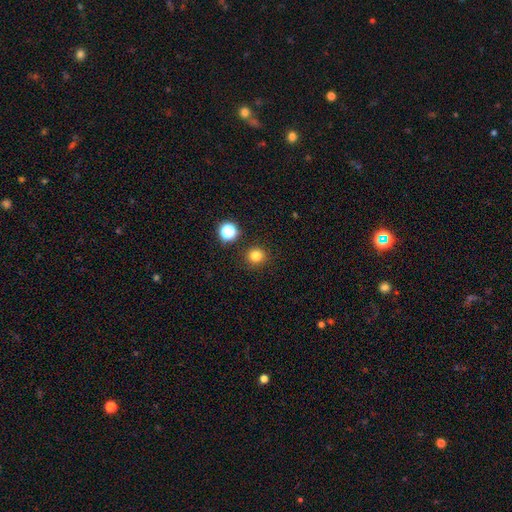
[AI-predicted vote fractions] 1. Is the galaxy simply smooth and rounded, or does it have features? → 80% smooth, 15% star or artifact, 5% featured or disk.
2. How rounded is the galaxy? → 93% round, 6% in between, 1% cigar-shaped.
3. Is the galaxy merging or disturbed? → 90% none, 6% minor disturbance, 2% merger, 2% major disturbance.